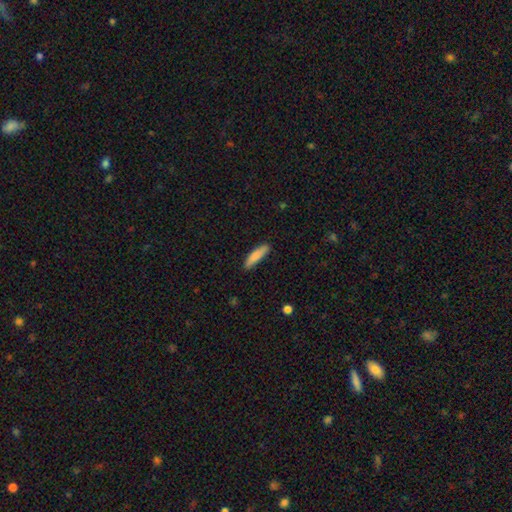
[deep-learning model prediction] The model was most divided on "how rounded": cigar-shaped: 78%, in between: 21%, round: 1%. More confident: merging — none (85%); smooth or featured — smooth (83%).